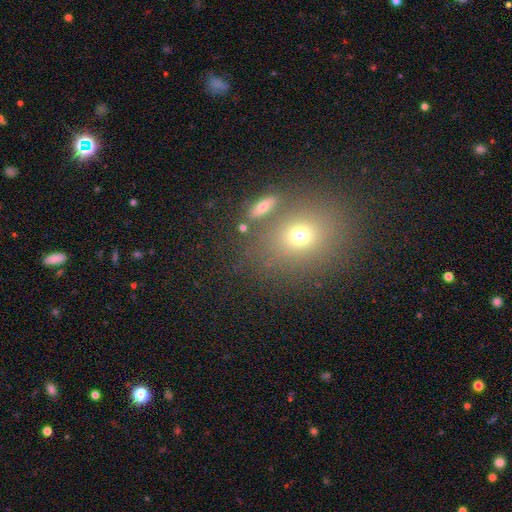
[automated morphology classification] Overall: smooth (63%). How rounded: round (59%; in between 39%). Merging: none (67%).